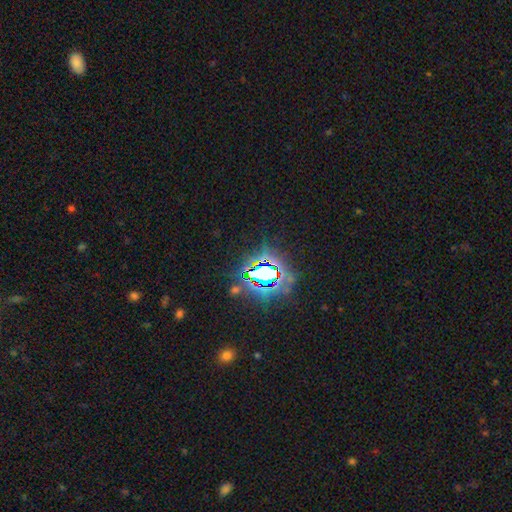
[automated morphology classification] A star or artifact, not a galaxy (83%).